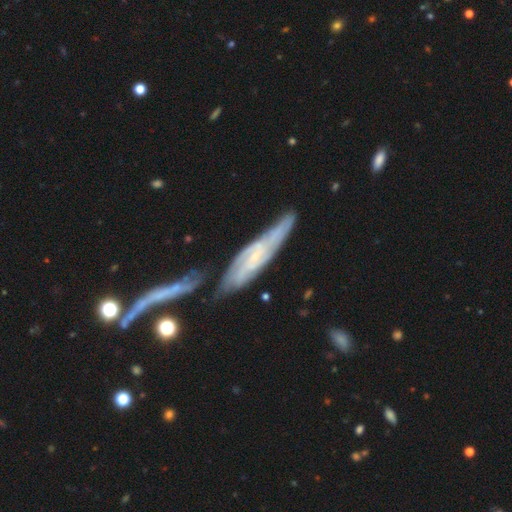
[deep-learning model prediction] smooth-or-featured: featured or disk: 76% | smooth: 17% | star or artifact: 6%
  disk-edge-on: no: 72% | yes: 28%
    bar: no: 51% | weak: 36% | strong: 14%
    has-spiral-arms: yes: 89% | no: 11%
    bulge-size: small: 75% | moderate: 14% | none: 9% | large: 1% | dominant: 1%
  merging: none: 54% | minor disturbance: 22% | merger: 14% | major disturbance: 10%